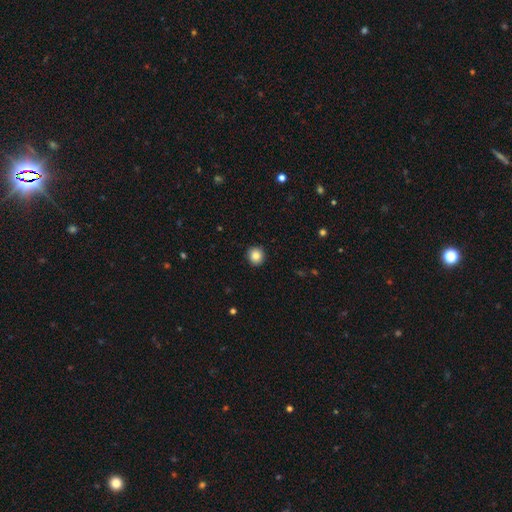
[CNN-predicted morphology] Smooth or featured? Predicted: smooth (p=0.85). How rounded? Predicted: round (p=0.91). Merging? Predicted: none (p=0.92).